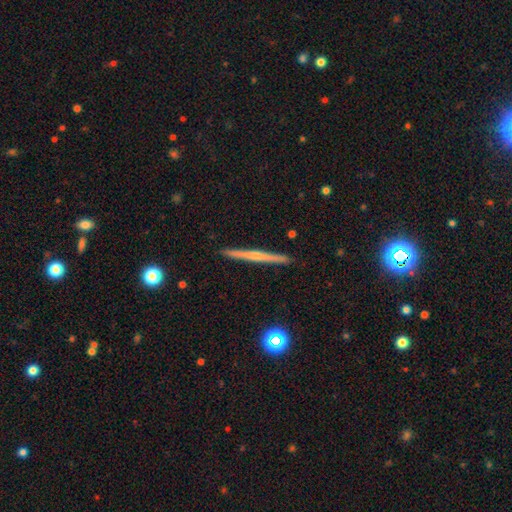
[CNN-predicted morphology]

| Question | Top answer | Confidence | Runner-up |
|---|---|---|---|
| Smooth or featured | featured or disk | 62% | smooth (32%) |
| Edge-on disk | yes | 98% | no (2%) |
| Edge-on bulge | none | 48% | rounded (46%) |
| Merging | none | 92% | minor disturbance (5%) |